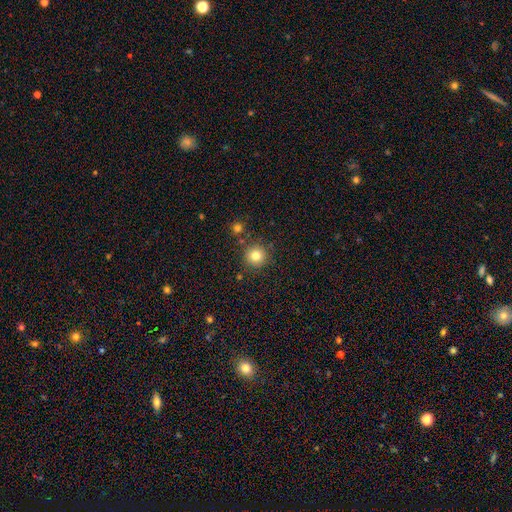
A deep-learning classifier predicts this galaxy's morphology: Smooth or featured?
  - smooth: 81% *
  - star or artifact: 12%
  - featured or disk: 7%
How rounded?
  - round: 95% *
  - in between: 4%
  - cigar-shaped: 1%
Merging?
  - none: 86% *
  - minor disturbance: 7%
  - merger: 5%
  - major disturbance: 2%